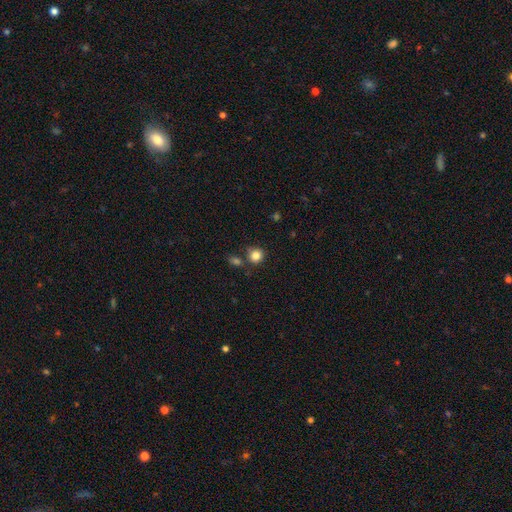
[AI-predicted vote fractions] smooth-or-featured: smooth: 84% | star or artifact: 11% | featured or disk: 5%
  how-rounded: round: 88% | in between: 11% | cigar-shaped: 1%
  merging: none: 75% | minor disturbance: 11% | merger: 11% | major disturbance: 3%